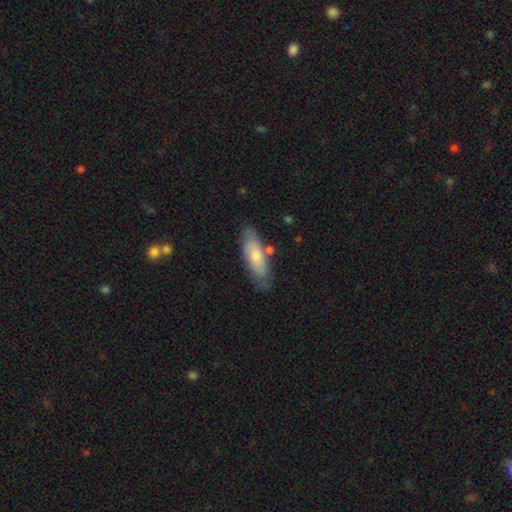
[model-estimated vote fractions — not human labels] The model was most divided on "how rounded": in between: 62%, cigar-shaped: 36%, round: 2%. More confident: merging — none (71%); smooth or featured — smooth (65%).